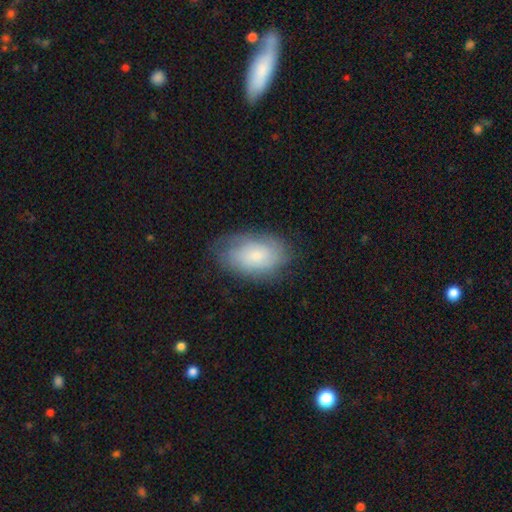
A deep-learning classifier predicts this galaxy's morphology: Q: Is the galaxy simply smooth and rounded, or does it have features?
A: smooth — 58%.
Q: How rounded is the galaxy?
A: in between — 91%.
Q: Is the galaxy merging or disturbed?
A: none — 71%.